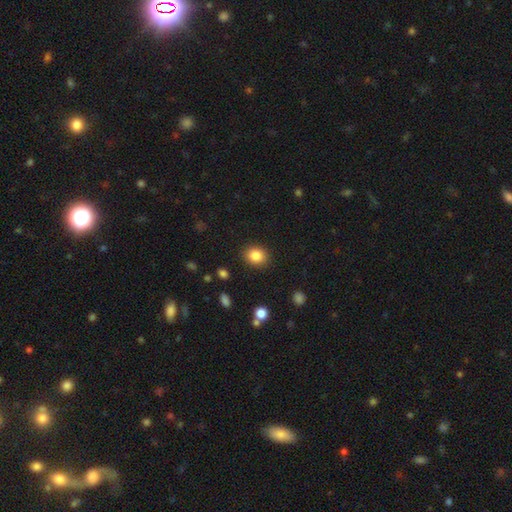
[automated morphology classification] smooth_or_featured: smooth (p=0.84) [alt: star or artifact p=0.10]
how_rounded: round (p=0.65) [alt: in between p=0.34]
merging: none (p=0.89) [alt: minor disturbance p=0.07]